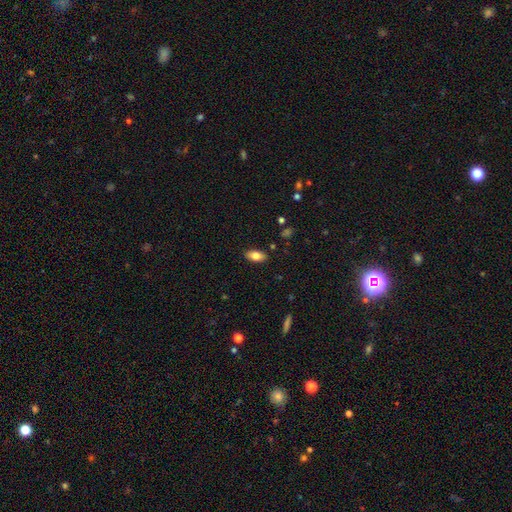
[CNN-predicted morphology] smooth_or_featured: smooth (p=0.80) [alt: featured or disk p=0.13]
how_rounded: in between (p=0.91) [alt: cigar-shaped p=0.06]
merging: none (p=0.88) [alt: minor disturbance p=0.09]